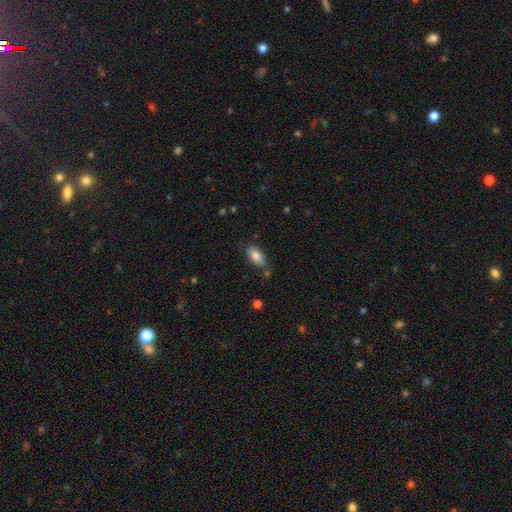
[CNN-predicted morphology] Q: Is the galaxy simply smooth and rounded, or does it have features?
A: smooth — 83%.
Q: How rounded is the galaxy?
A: in between — 90%.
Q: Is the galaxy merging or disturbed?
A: none — 73%.